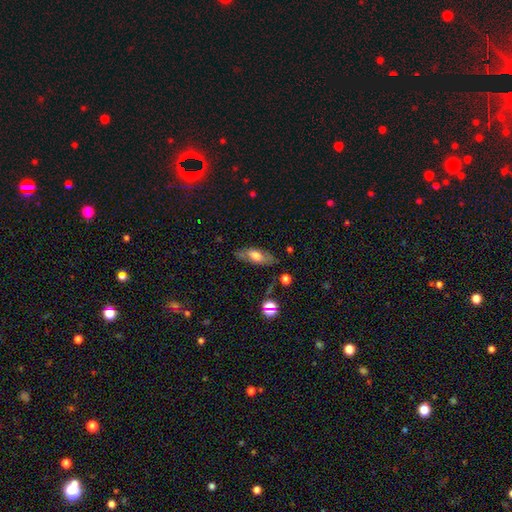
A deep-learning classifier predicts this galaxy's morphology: A smooth galaxy with no disk features (52%) that is in between round and cigar-shaped (77%).

Vote fractions:
- Smooth or featured? smooth: 52% / featured or disk: 39% / star or artifact: 8%
- How rounded? in between: 77% / cigar-shaped: 19% / round: 4%
- Merging? none: 74% / minor disturbance: 18% / major disturbance: 5% / merger: 3%